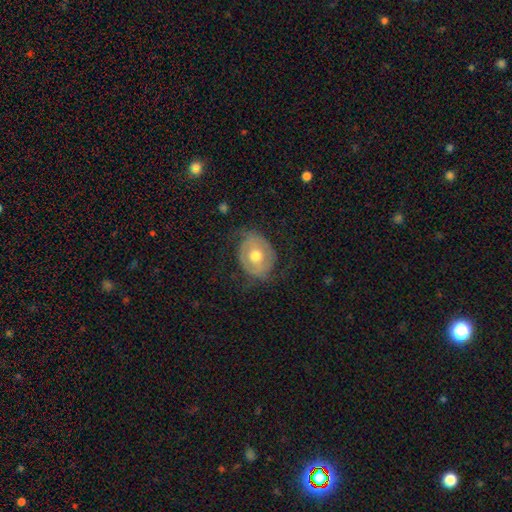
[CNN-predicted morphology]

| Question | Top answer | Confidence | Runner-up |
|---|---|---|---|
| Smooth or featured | featured or disk | 55% | smooth (39%) |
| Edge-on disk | no | 95% | yes (5%) |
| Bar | no | 69% | weak (24%) |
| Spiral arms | no | 53% | yes (47%) |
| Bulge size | moderate | 79% | large (11%) |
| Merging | none | 63% | minor disturbance (24%) |